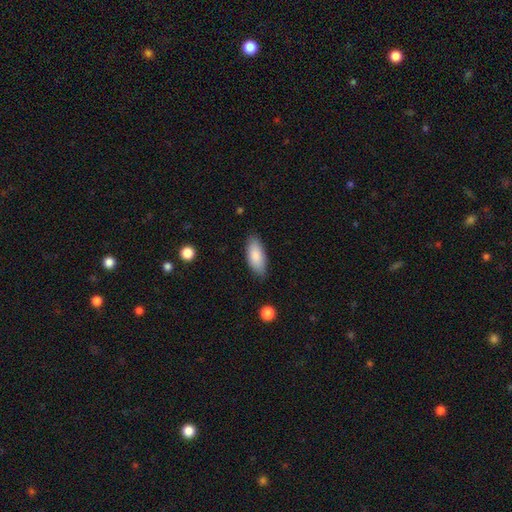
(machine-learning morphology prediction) A smooth galaxy with no disk features (85%) that is in between round and cigar-shaped (84%). Merging: none (80%).